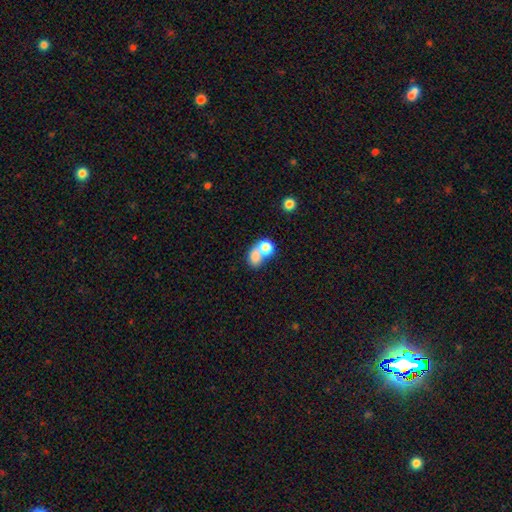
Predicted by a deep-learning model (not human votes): A smooth galaxy with no disk features (73%) that is round (50%). Merging: merger (72%).